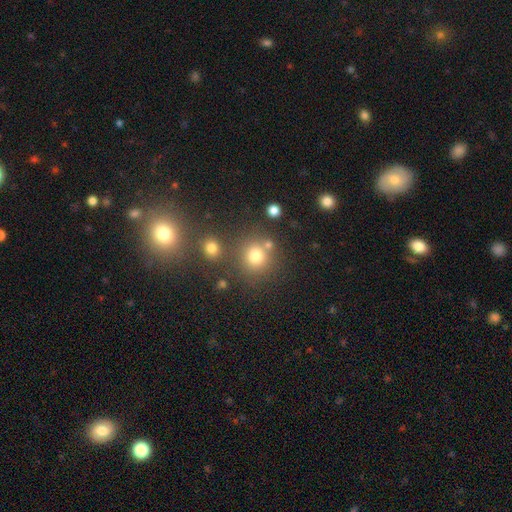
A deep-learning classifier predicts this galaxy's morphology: This is likely a smooth galaxy (76%). How rounded: clearly round (89%). Merging: likely none (72%).